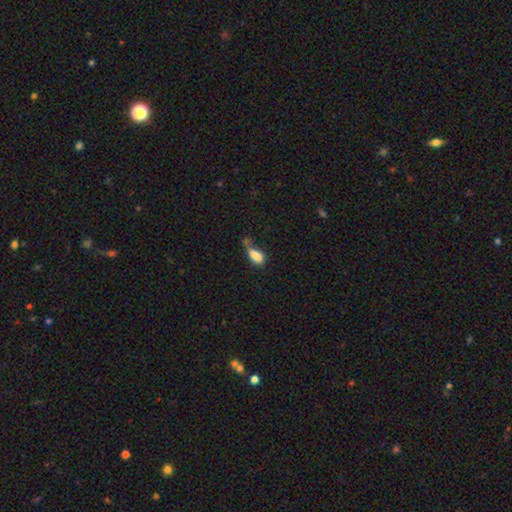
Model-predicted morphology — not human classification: The model was most divided on "merging": none: 33%, minor disturbance: 31%, major disturbance: 21%, merger: 15%. More confident: how rounded — in between (84%); smooth or featured — smooth (81%).